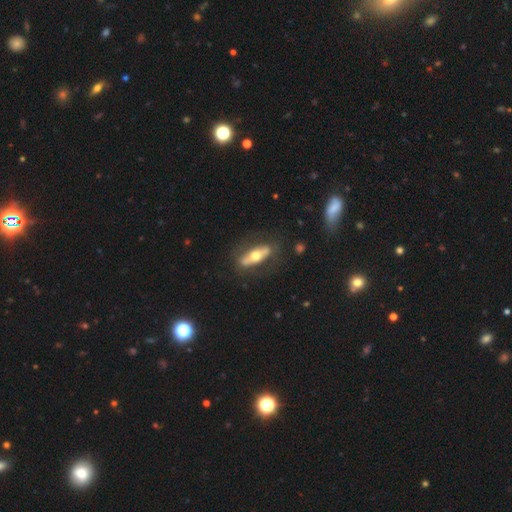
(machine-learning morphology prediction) type=featured or disk (56%); edge-on=yes (51%); merging=none (74%).